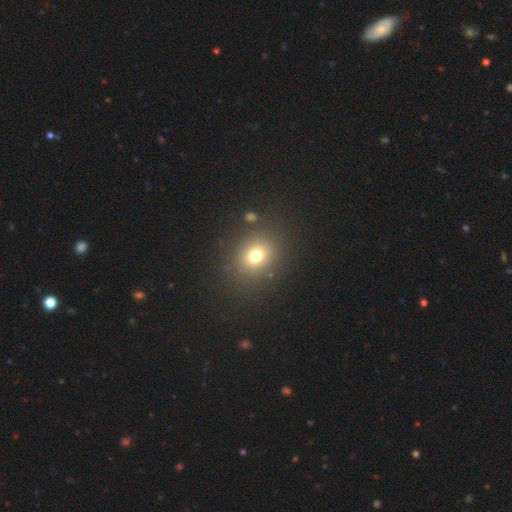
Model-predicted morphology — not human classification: Smooth or featured? smooth (72%)
How rounded? round (68%)
Merging? none (85%)